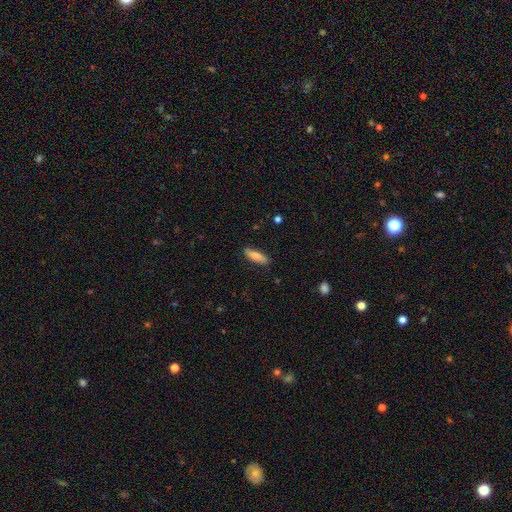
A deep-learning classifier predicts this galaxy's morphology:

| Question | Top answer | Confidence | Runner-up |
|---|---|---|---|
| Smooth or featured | smooth | 75% | featured or disk (19%) |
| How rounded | cigar-shaped | 50% | in between (48%) |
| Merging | none | 86% | minor disturbance (11%) |